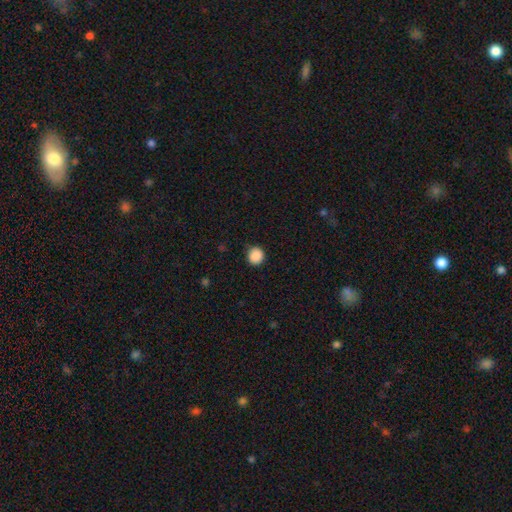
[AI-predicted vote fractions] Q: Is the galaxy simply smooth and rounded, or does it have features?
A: smooth — 88%.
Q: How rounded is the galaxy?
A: round — 93%.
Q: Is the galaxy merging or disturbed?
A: none — 89%.